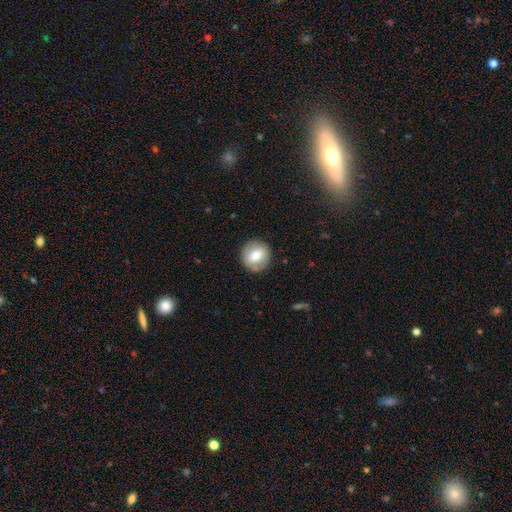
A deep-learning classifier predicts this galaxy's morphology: This appears to be a smooth galaxy with no disk features (68%) that is round (89%). Merging: none (87%).